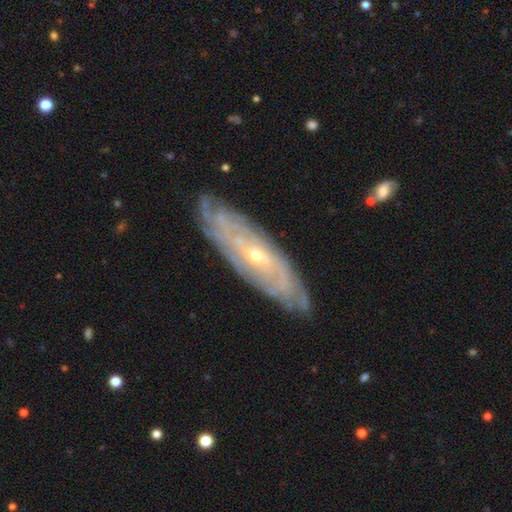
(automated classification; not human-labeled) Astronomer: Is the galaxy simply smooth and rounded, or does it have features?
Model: featured or disk — 85%.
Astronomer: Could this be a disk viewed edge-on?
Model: no — 77%.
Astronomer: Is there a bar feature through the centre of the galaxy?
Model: no — 61%.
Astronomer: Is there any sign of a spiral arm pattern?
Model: yes — 93%.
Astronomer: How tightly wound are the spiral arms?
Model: tight — 78%.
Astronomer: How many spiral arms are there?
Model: can't tell — 53%.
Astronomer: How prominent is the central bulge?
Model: small — 64%.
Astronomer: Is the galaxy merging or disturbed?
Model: none — 84%.